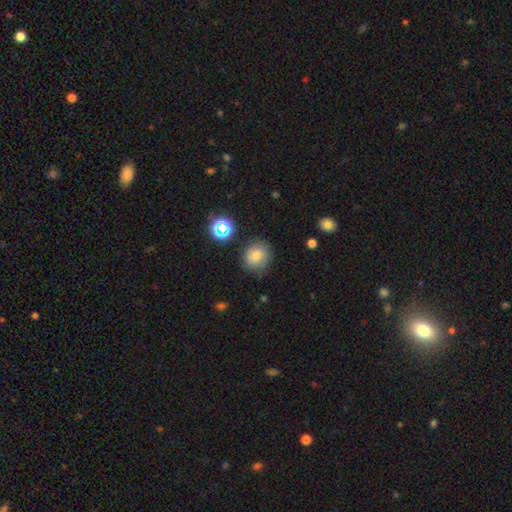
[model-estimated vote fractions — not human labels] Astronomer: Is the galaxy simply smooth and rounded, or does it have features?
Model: smooth — 74%.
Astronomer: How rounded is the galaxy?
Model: round — 73%.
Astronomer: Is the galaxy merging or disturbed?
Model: none — 75%.